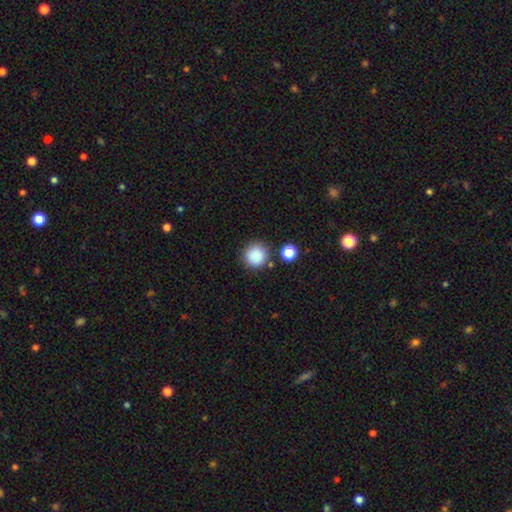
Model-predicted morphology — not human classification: Smooth or featured: smooth — 86% (star or artifact — 10%)
How rounded: round — 93% (in between — 6%)
Merging: none — 82% (minor disturbance — 9%)